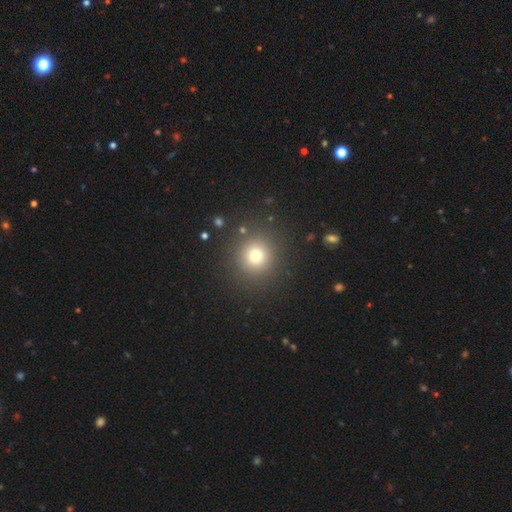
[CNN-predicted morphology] Q: Smooth or featured?
A: smooth (74%); runner-up: star or artifact (18%)
Q: How rounded?
A: round (93%); runner-up: in between (6%)
Q: Merging?
A: none (88%); runner-up: minor disturbance (6%)